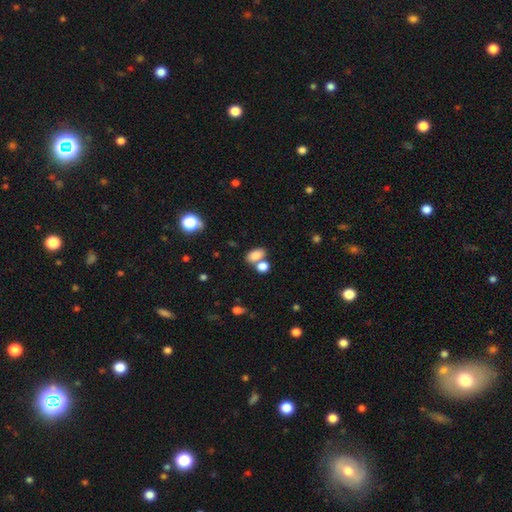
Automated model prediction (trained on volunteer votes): Overall: smooth (82%). How rounded: in between (86%). Merging: none (50%; merger 34%).